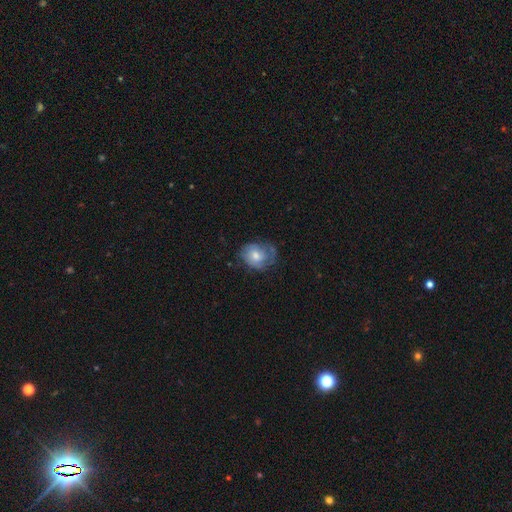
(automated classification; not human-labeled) The model was most divided on "smooth or featured": smooth: 52%, featured or disk: 41%, star or artifact: 8%. More confident: how rounded — round (56%); merging — none (50%).